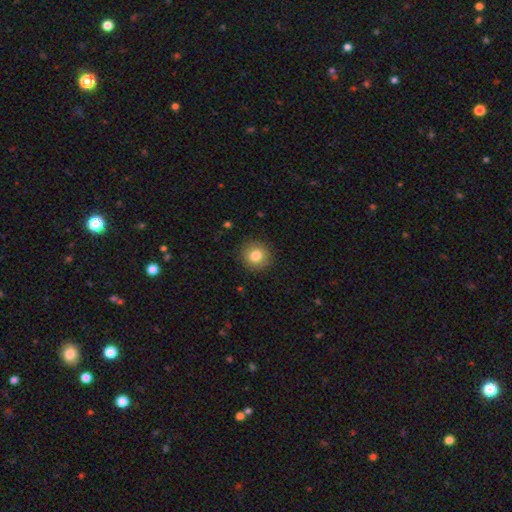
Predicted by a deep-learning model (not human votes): A smooth galaxy with no disk features (82%) that is round (91%).

Vote fractions:
- Smooth or featured? smooth: 82% / star or artifact: 10% / featured or disk: 8%
- How rounded? round: 91% / in between: 8% / cigar-shaped: 1%
- Merging? none: 91% / minor disturbance: 6% / major disturbance: 2% / merger: 1%